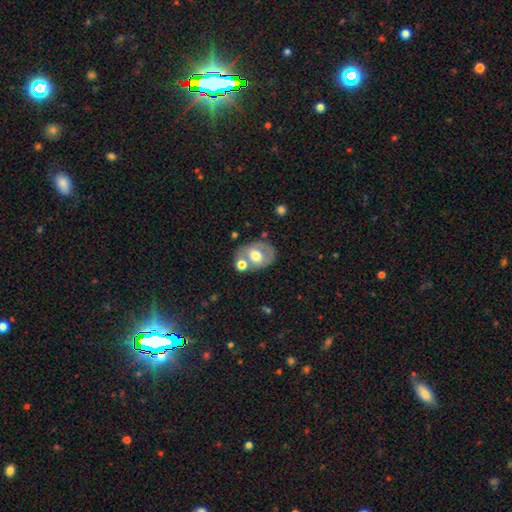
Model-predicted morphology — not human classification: Q: Smooth or featured?
A: smooth (51%); runner-up: featured or disk (41%)
Q: How rounded?
A: in between (61%); runner-up: round (38%)
Q: Merging?
A: none (53%); runner-up: merger (22%)